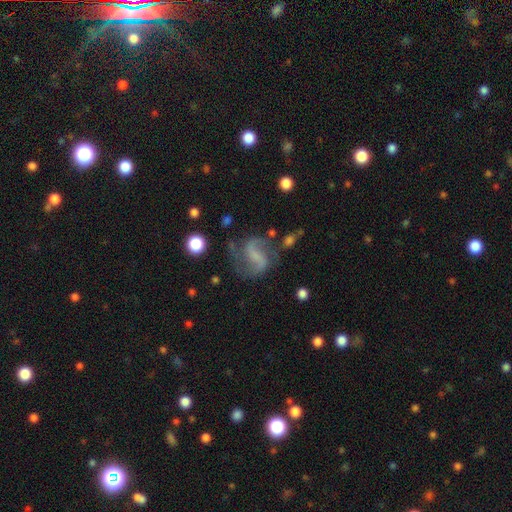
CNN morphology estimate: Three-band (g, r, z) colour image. It shows a featured or disk galaxy (78%) with a weak bar (43%), 2 (89%) loose (51%) spiral arms (93%) and no central bulge (56%). Merging: none (63%).